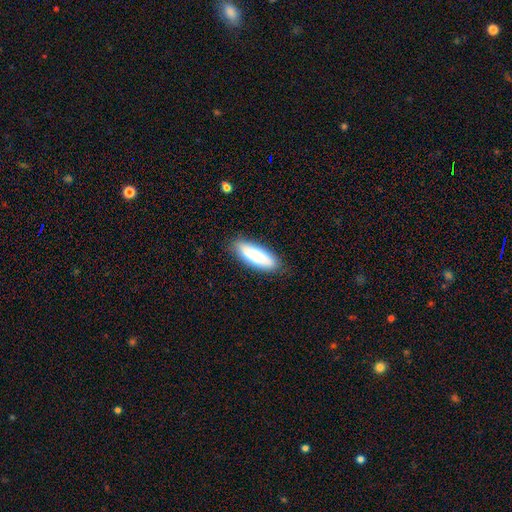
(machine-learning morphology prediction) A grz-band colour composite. It shows a smooth galaxy with no disk features (81%) that is in between round and cigar-shaped (52%). Merging: none (83%).